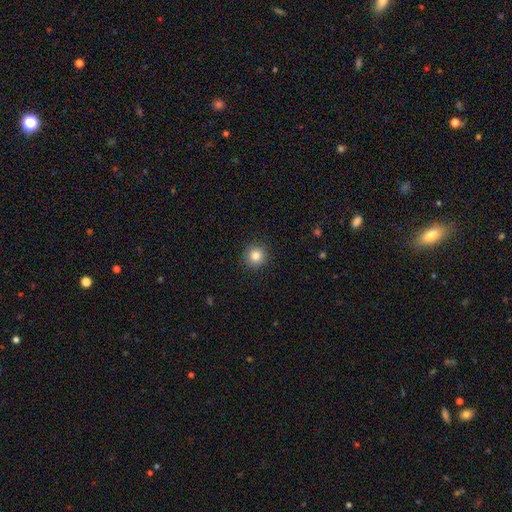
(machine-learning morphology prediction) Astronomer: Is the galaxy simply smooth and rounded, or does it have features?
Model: smooth — 83%.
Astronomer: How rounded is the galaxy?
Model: round — 93%.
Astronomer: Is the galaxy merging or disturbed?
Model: none — 91%.